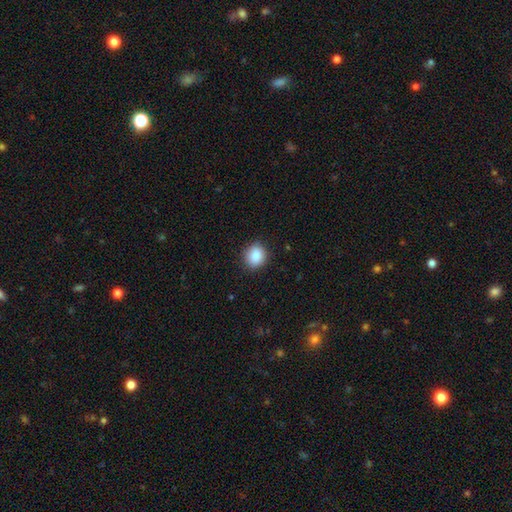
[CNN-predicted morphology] smooth-or-featured: smooth: 87% | star or artifact: 9% | featured or disk: 4%
  how-rounded: round: 79% | in between: 20% | cigar-shaped: 1%
  merging: none: 88% | minor disturbance: 9% | major disturbance: 2% | merger: 1%